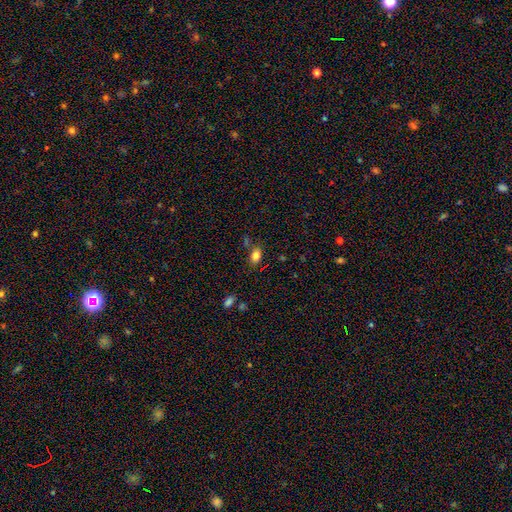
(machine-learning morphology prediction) type=smooth (82%); roundness=in between (81%); merging=none (72%).